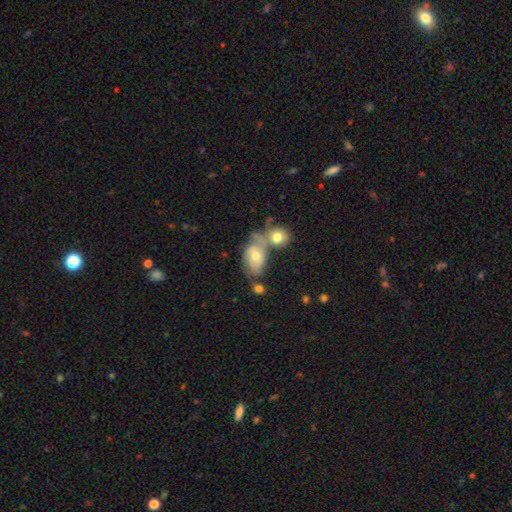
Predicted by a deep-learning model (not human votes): This appears to be a featured or disk galaxy (56%) with no bar (74%), spiral arms (72%) and a moderate central bulge (61%). Merging: none (42%).